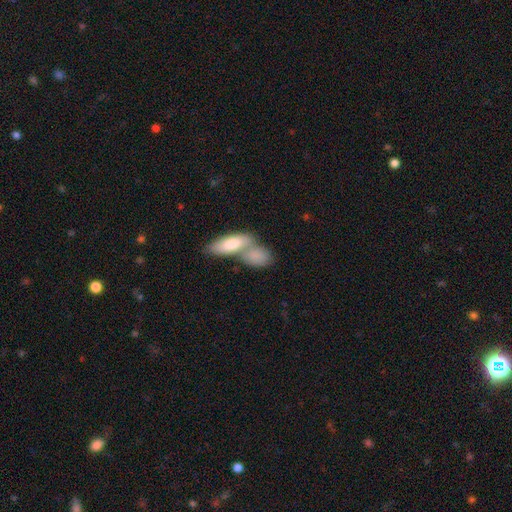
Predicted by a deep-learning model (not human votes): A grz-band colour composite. It shows a smooth galaxy with no disk features (81%) that is in between round and cigar-shaped (84%). Merging: merger (61%).